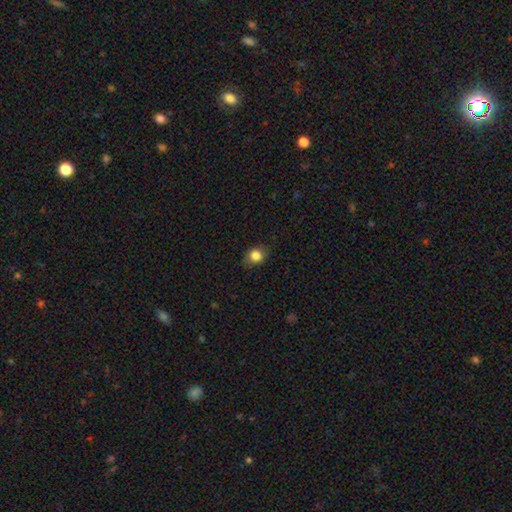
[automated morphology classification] Smooth or featured? smooth (83%)
How rounded? round (60%)
Merging? none (79%)